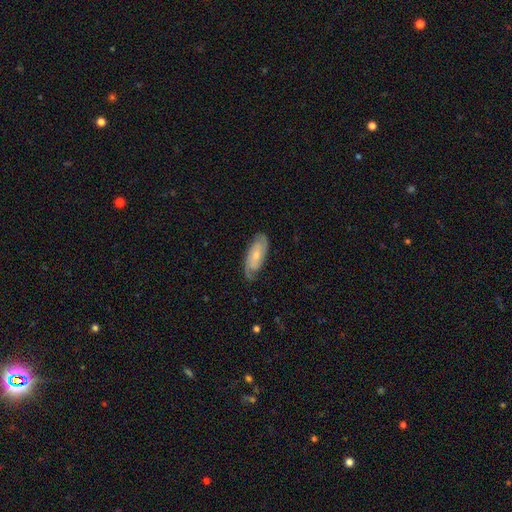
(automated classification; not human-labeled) The model was most divided on "spiral winding": tight: 50%, medium: 37%, loose: 13%. More confident: spiral arms — yes (93%); edge-on disk — no (90%); merging — none (76%); spiral arm count — 2 (73%); smooth or featured — featured or disk (67%); bar — no (63%); bulge size — small (55%).